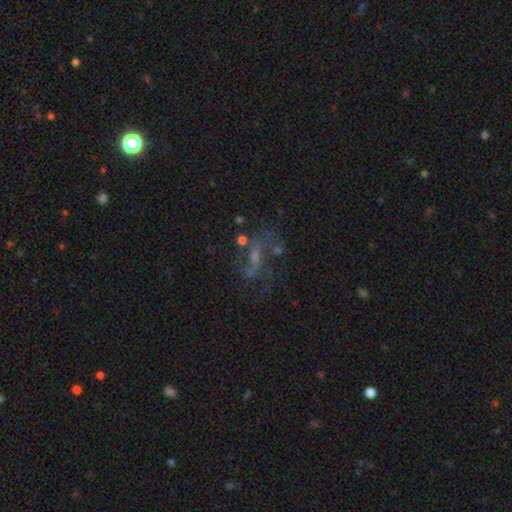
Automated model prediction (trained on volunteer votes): featured or disk 58%, star or artifact 22%, smooth 20%. Down the decision tree: edge-on disk — no (94%); bar — no (46%); spiral arms — yes (61%); bulge size — small (40%); merging — none (49%).